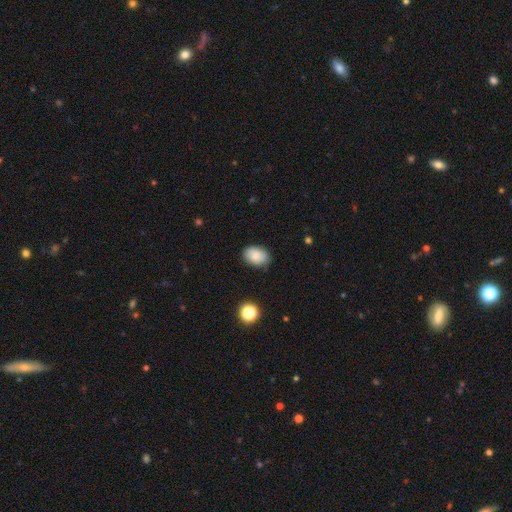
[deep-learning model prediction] Smooth or featured: smooth — 86% (star or artifact — 8%)
How rounded: in between — 84% (round — 15%)
Merging: none — 83% (minor disturbance — 13%)